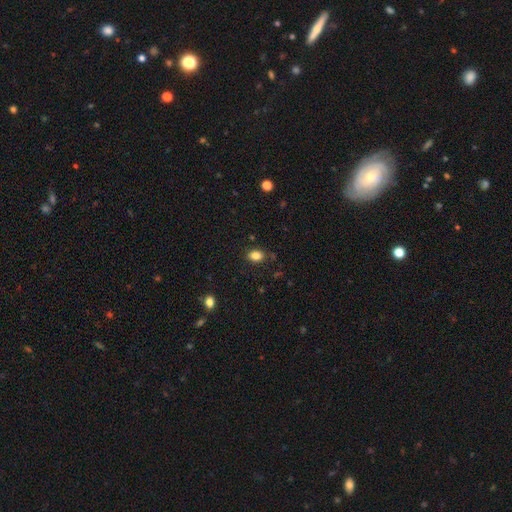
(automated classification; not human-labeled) A smooth galaxy with no disk features (84%) that is in between round and cigar-shaped (73%). Merging: none (86%).